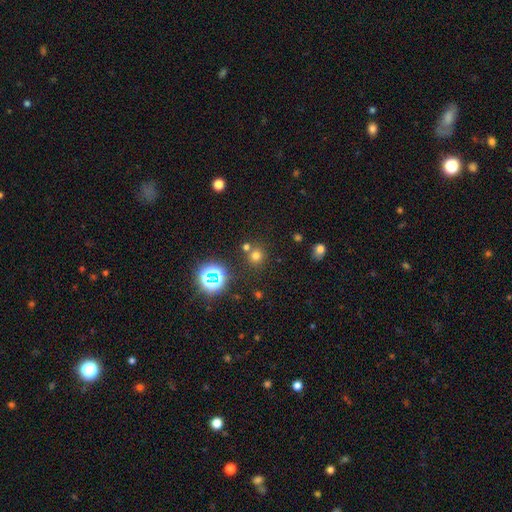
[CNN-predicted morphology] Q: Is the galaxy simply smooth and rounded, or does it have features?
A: smooth — 63%.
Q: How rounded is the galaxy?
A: round — 90%.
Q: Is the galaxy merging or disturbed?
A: none — 70%.